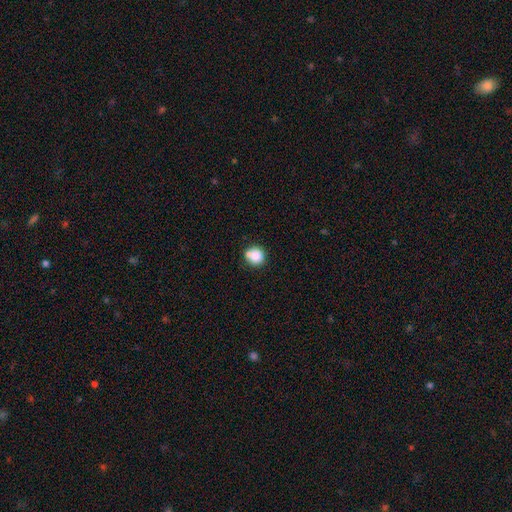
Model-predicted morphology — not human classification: Q: Smooth or featured?
A: smooth (83%); runner-up: star or artifact (10%)
Q: How rounded?
A: round (89%); runner-up: in between (10%)
Q: Merging?
A: none (65%); runner-up: merger (17%)